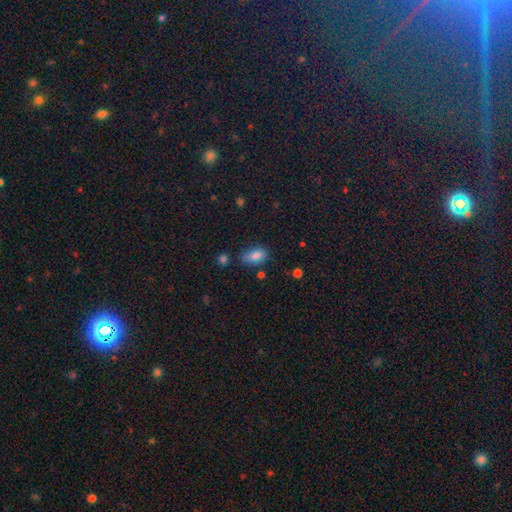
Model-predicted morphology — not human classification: type=smooth (82%); roundness=in between (87%); merging=none (63%).